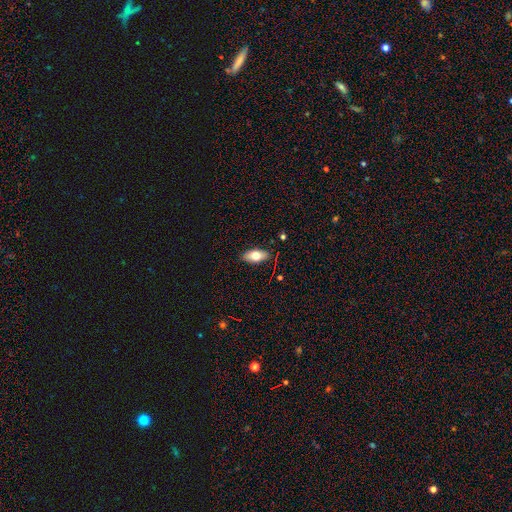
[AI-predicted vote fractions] smooth-or-featured: smooth: 72% | featured or disk: 20% | star or artifact: 8%
  how-rounded: in between: 87% | cigar-shaped: 9% | round: 4%
  merging: none: 83% | minor disturbance: 13% | major disturbance: 2% | merger: 1%